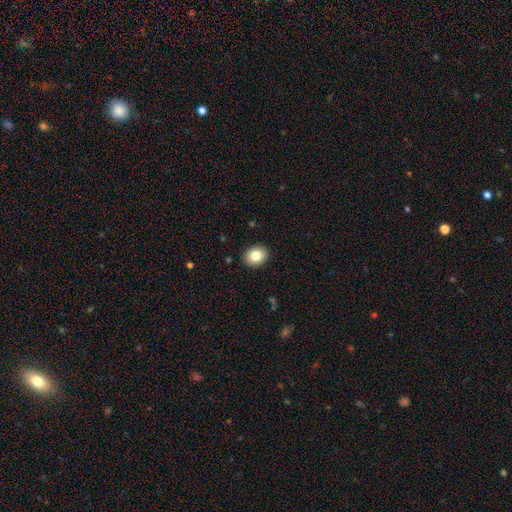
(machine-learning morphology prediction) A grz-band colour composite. It shows a smooth galaxy with no disk features (82%) that is in between round and cigar-shaped (53%). Merging: none (91%).